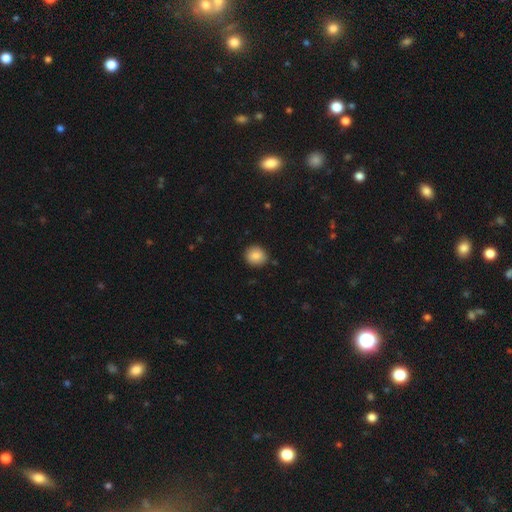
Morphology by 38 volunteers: Overall: smooth (89%). How rounded: round (76%). Merging: none (94%).